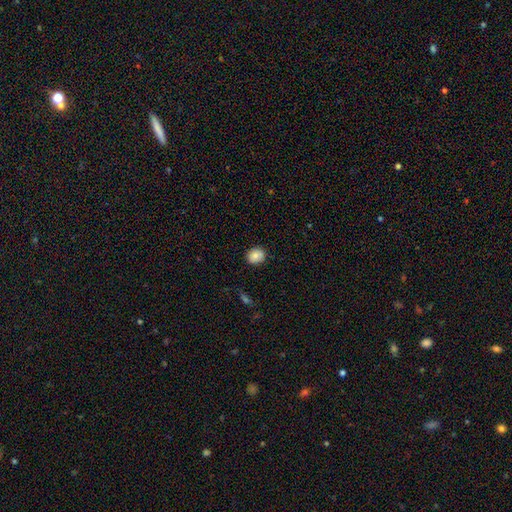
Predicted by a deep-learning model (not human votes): Smooth or featured? Predicted: smooth (p=0.86). How rounded? Predicted: round (p=0.66). Merging? Predicted: none (p=0.88).